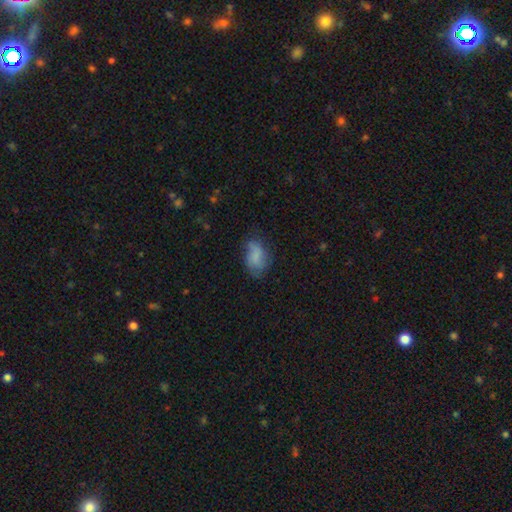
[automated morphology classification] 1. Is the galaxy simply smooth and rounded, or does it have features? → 69% smooth, 21% featured or disk, 10% star or artifact.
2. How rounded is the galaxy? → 87% in between, 11% round, 2% cigar-shaped.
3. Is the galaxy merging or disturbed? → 48% none, 33% minor disturbance, 17% major disturbance, 3% merger.